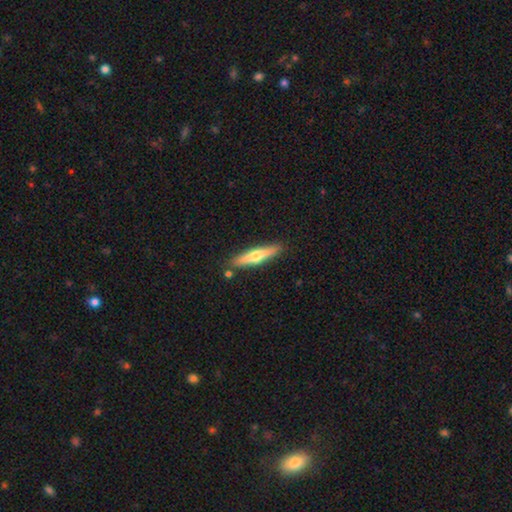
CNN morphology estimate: Q: Smooth or featured?
A: featured or disk (47%); tied with: smooth (47%)
Q: Merging?
A: none (85%); runner-up: minor disturbance (9%)